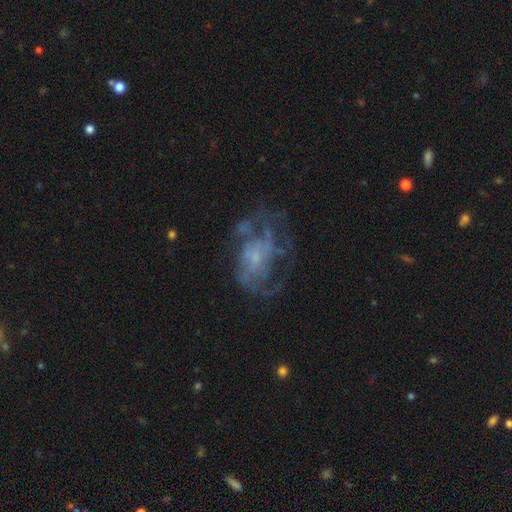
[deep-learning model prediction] A featured or disk galaxy (70%) with no bar (77%), spiral arms (54%) and a small central bulge (50%). Merging: none (43%).